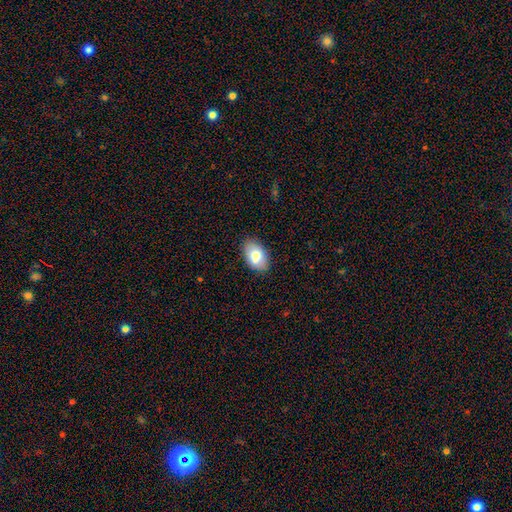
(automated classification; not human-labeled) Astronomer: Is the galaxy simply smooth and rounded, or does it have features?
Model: smooth — 77%.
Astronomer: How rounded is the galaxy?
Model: in between — 91%.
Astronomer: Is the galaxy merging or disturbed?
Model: none — 86%.